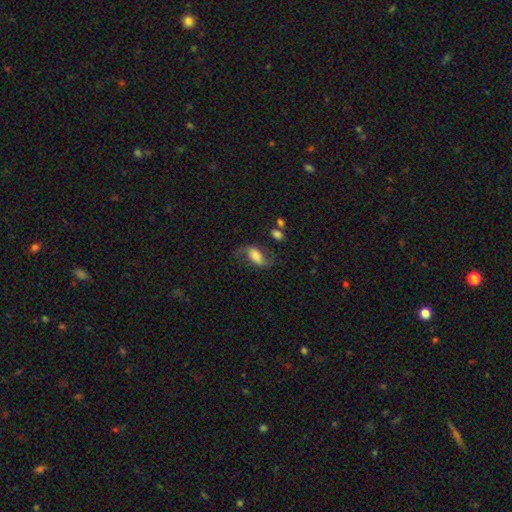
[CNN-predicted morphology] A featured or disk galaxy (54%). Merging: none (61%).